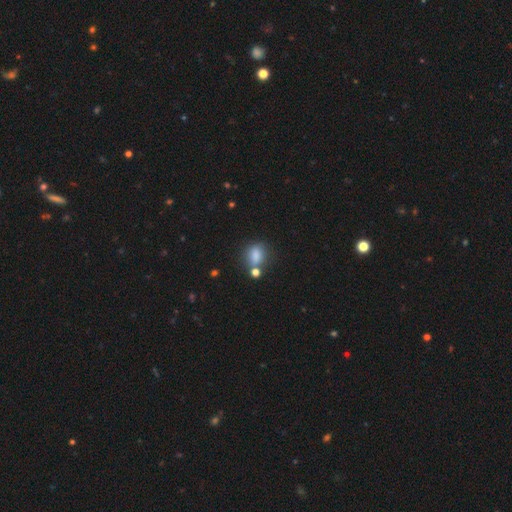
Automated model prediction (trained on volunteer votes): smooth_or_featured: smooth (p=0.81) [alt: star or artifact p=0.11]
how_rounded: in between (p=0.60) [alt: round p=0.38]
merging: none (p=0.57) [alt: merger p=0.19]